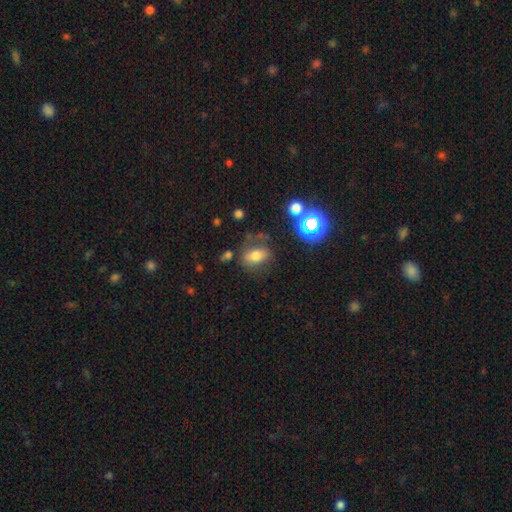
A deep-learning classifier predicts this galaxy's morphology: This appears to be a smooth galaxy with no disk features (64%) that is in between round and cigar-shaped (74%). Merging: none (63%).